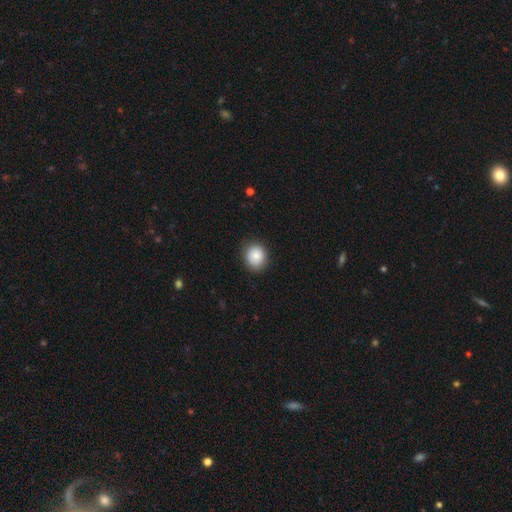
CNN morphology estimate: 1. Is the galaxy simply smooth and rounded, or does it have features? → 86% smooth, 8% star or artifact, 6% featured or disk.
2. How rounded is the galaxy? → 75% round, 24% in between, 1% cigar-shaped.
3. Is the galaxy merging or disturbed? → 86% none, 11% minor disturbance, 2% major disturbance, 1% merger.